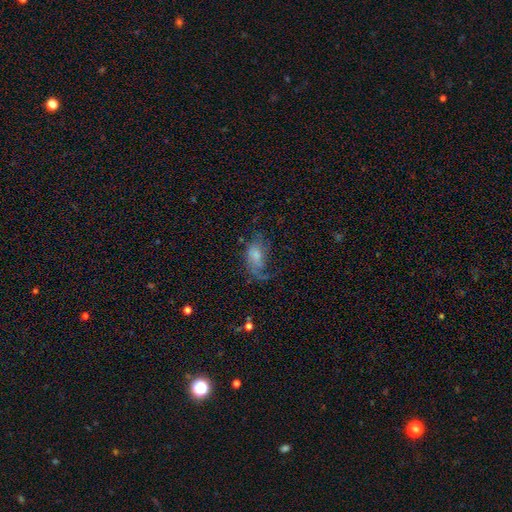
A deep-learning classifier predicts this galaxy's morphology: type=featured or disk (59%); edge-on=no (96%); bar=no (61%); spiral arms=yes (83%); bulge=moderate (37%); merging=none (42%).